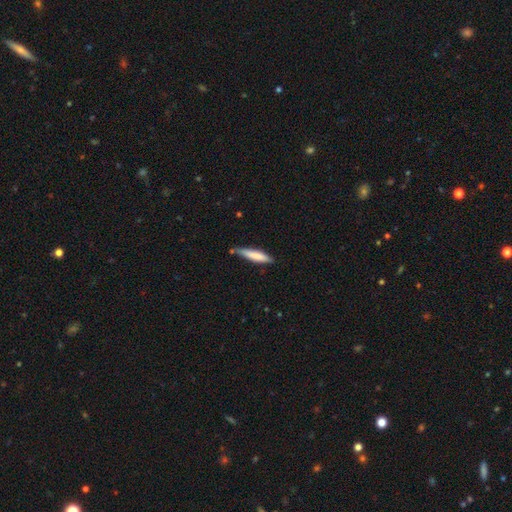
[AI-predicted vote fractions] A smooth galaxy with no disk features (74%) that is cigar-shaped (86%). Merging: none (69%).